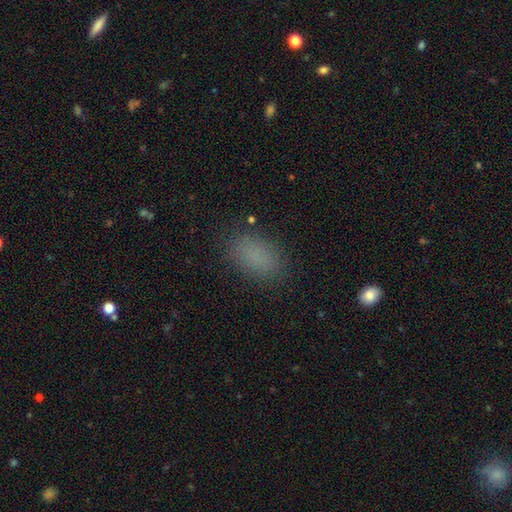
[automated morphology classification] A smooth galaxy with no disk features (84%) that is in between round and cigar-shaped (89%).

Vote fractions:
- Smooth or featured? smooth: 84% / star or artifact: 12% / featured or disk: 4%
- How rounded? in between: 89% / round: 9% / cigar-shaped: 2%
- Merging? none: 85% / minor disturbance: 11% / major disturbance: 4% / merger: 1%